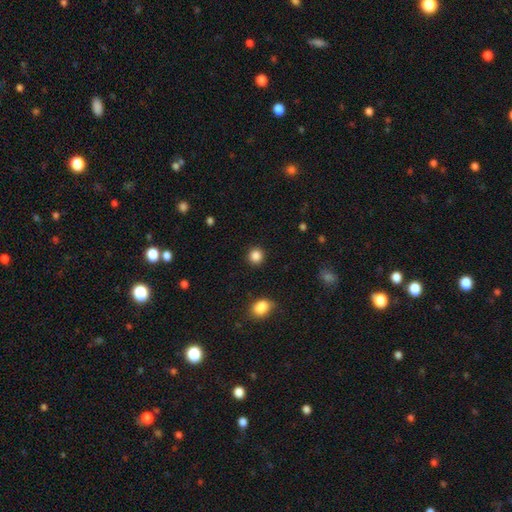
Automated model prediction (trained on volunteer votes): Smooth or featured? Predicted: smooth (p=0.86). How rounded? Predicted: round (p=0.91). Merging? Predicted: none (p=0.90).